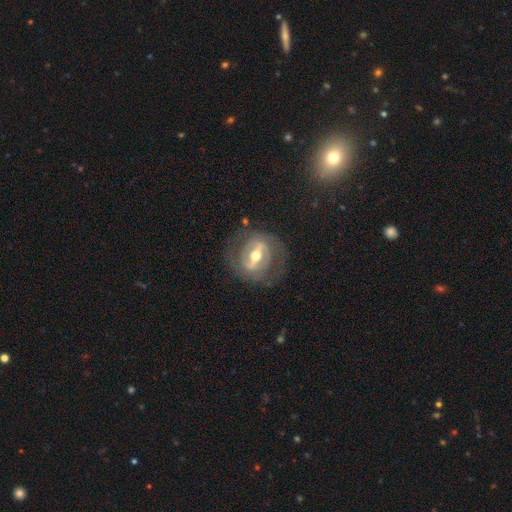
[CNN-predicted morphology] Smooth or featured? Predicted: featured or disk (p=0.79). Edge-on disk? Predicted: no (p=0.91). Bar? Predicted: strong (p=0.59). Spiral arms? Predicted: yes (p=0.68). Bulge size? Predicted: moderate (p=0.68). Merging? Predicted: none (p=0.74).